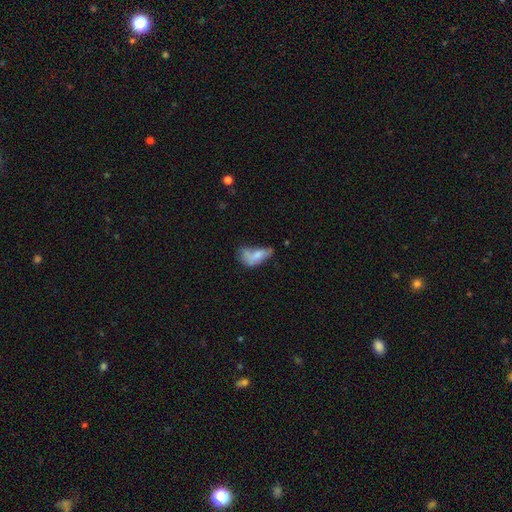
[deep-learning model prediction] The model was most divided on "merging": major disturbance: 32%, minor disturbance: 26%, none: 23%, merger: 19%. More confident: how rounded — in between (85%); smooth or featured — smooth (61%).